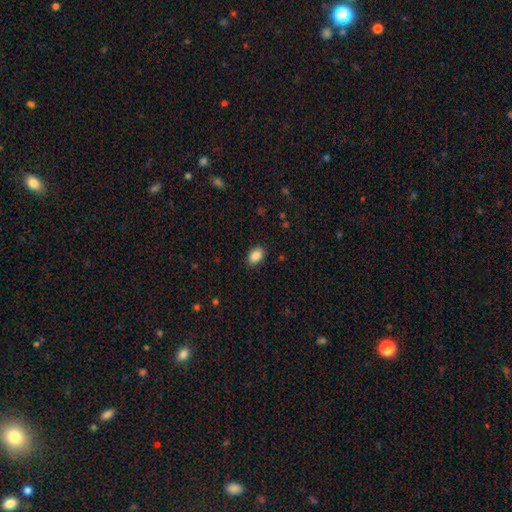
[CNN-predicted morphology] Smooth or featured?
  - smooth: 88% *
  - star or artifact: 8%
  - featured or disk: 4%
How rounded?
  - in between: 86% *
  - round: 13%
  - cigar-shaped: 1%
Merging?
  - none: 87% *
  - minor disturbance: 10%
  - major disturbance: 2%
  - merger: 1%